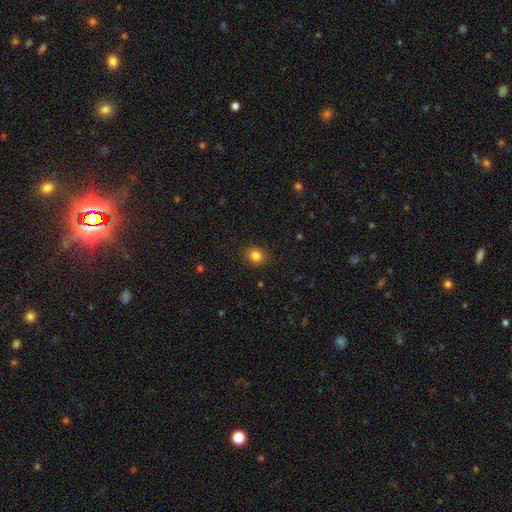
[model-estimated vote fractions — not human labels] Morphology: type=smooth (83%); roundness=round (74%); merging=none (89%).